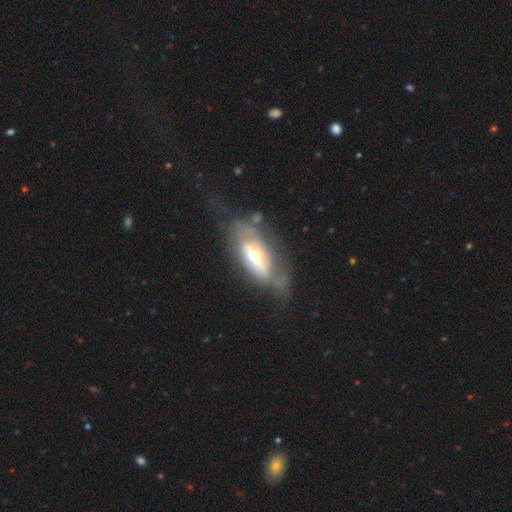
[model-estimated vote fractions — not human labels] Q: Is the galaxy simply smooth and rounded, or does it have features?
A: featured or disk — 66%.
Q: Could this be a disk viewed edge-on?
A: no — 75%.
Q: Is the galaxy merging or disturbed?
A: none — 44%.